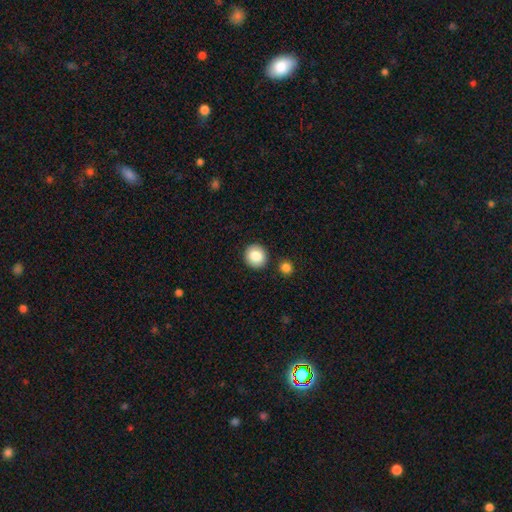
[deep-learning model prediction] This appears to be a smooth galaxy with no disk features (86%) that is round (88%). Merging: none (88%).